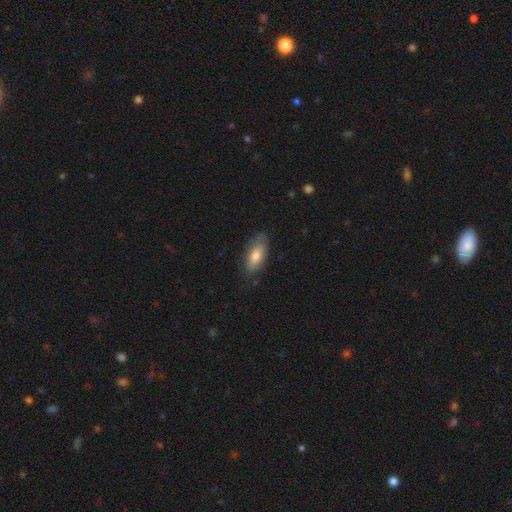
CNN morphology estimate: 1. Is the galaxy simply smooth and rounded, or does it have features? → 76% smooth, 18% featured or disk, 6% star or artifact.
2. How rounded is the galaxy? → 88% in between, 9% cigar-shaped, 3% round.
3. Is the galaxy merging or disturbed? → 74% none, 20% minor disturbance, 5% major disturbance, 1% merger.